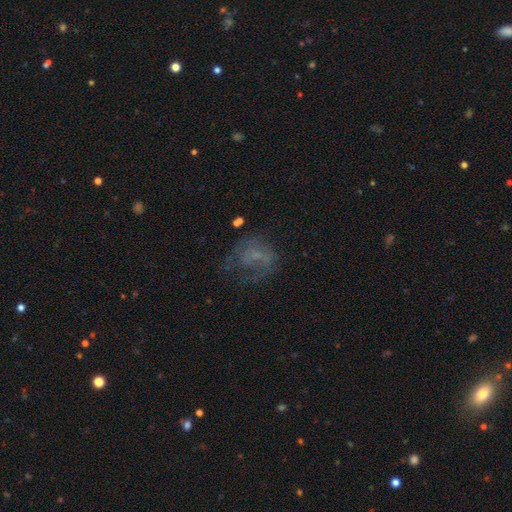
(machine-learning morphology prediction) Smooth or featured?
  - featured or disk: 50% *
  - smooth: 33%
  - star or artifact: 18%
Merging?
  - none: 39% *
  - major disturbance: 38%
  - minor disturbance: 20%
  - merger: 3%